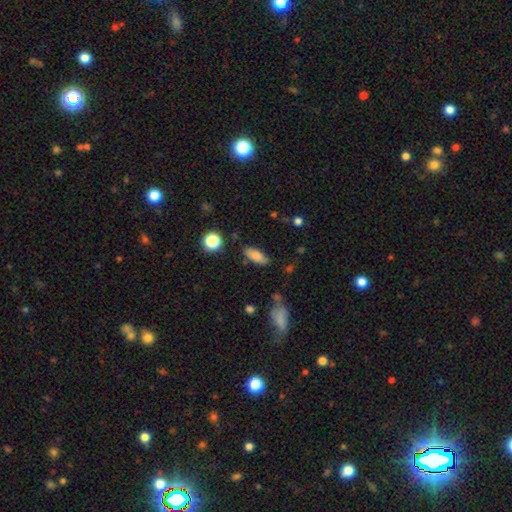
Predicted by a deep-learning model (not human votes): Smooth or featured: smooth — 83% (star or artifact — 9%)
How rounded: in between — 77% (cigar-shaped — 20%)
Merging: none — 79% (minor disturbance — 14%)